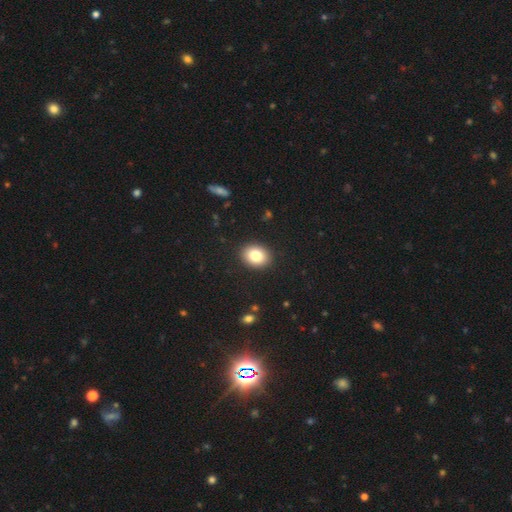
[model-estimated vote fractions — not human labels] This appears to be a smooth galaxy with no disk features (82%) that is in between round and cigar-shaped (54%). Merging: none (90%).